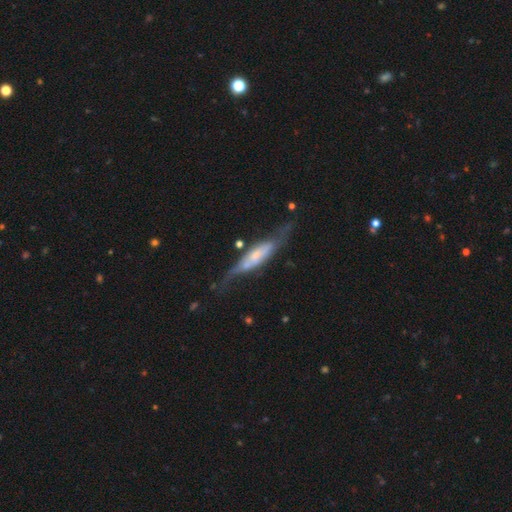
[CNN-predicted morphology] Smooth or featured? featured or disk (69%)
Edge-on disk? yes (61%)
Merging? none (55%)